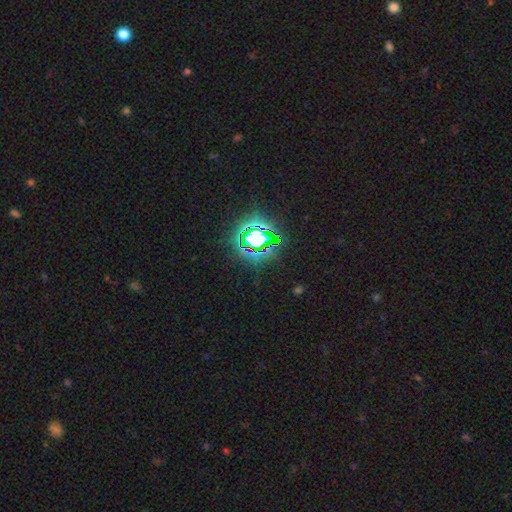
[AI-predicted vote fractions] smooth_or_featured: star or artifact (p=0.83) [alt: smooth p=0.11]